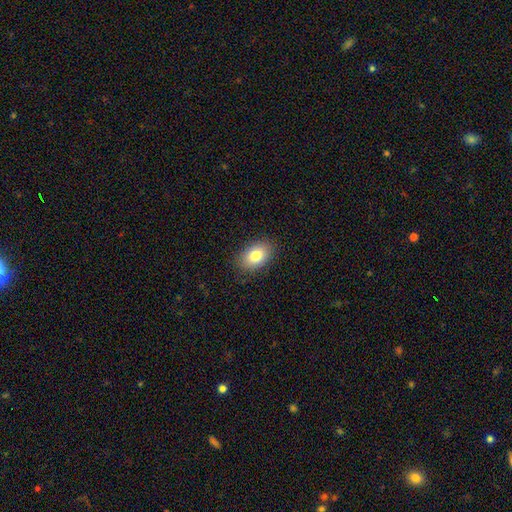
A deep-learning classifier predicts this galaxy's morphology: smooth_or_featured: smooth (p=0.82) [alt: featured or disk p=0.10]
how_rounded: in between (p=0.86) [alt: round p=0.13]
merging: none (p=0.87) [alt: minor disturbance p=0.10]